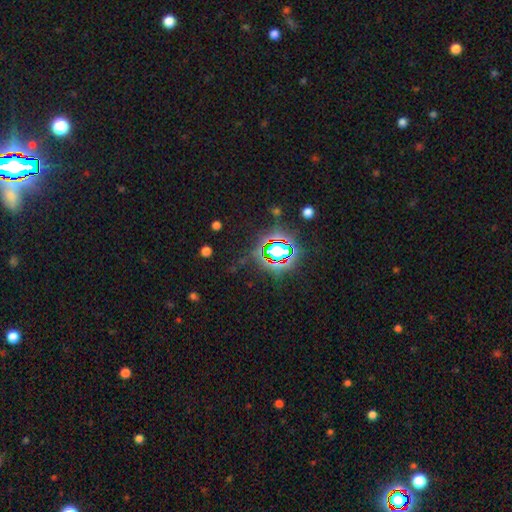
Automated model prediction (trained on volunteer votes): Smooth or featured?
  - star or artifact: 78% *
  - smooth: 13%
  - featured or disk: 9%